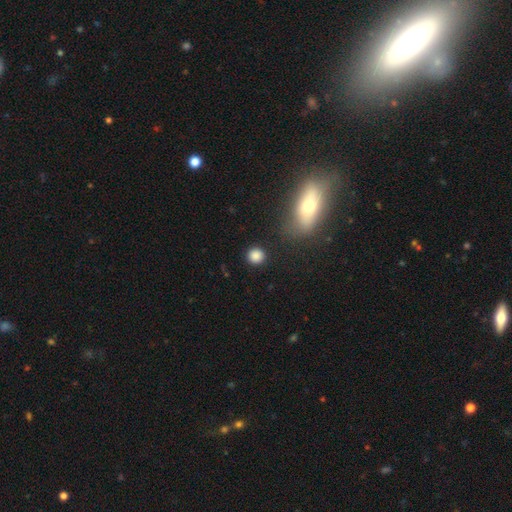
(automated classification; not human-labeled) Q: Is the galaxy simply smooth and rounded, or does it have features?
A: smooth — 86%.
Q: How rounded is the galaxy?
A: round — 91%.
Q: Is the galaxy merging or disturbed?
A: none — 89%.